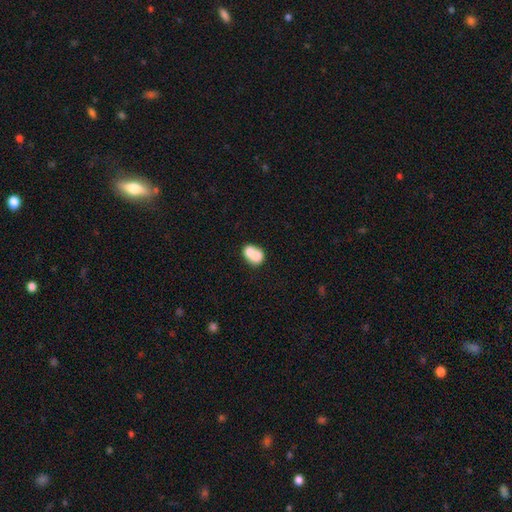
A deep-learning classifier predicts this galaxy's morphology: A smooth galaxy with no disk features (72%) that is in between round and cigar-shaped (52%).

Vote fractions:
- Smooth or featured? smooth: 72% / featured or disk: 20% / star or artifact: 8%
- How rounded? in between: 52% / round: 47% / cigar-shaped: 1%
- Merging? merger: 67% / none: 22% / minor disturbance: 7% / major disturbance: 4%